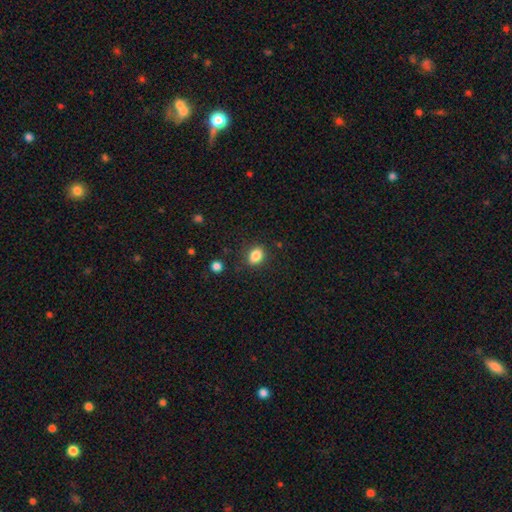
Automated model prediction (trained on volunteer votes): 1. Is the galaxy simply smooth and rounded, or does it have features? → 86% smooth, 10% star or artifact, 5% featured or disk.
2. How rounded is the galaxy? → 71% in between, 28% round, 1% cigar-shaped.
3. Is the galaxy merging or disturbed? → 85% none, 11% minor disturbance, 3% major disturbance, 2% merger.